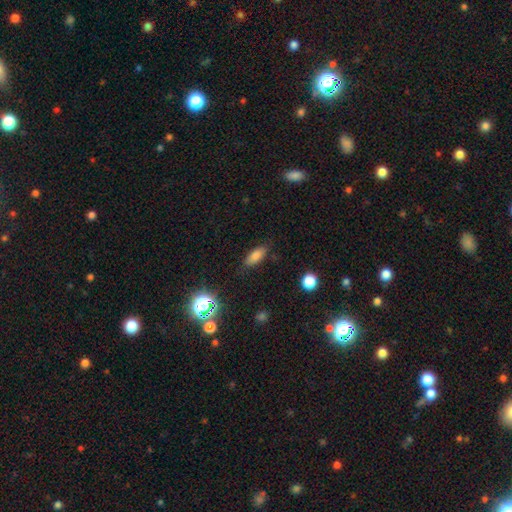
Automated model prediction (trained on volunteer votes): Smooth or featured?
  - smooth: 79% *
  - star or artifact: 12%
  - featured or disk: 9%
How rounded?
  - in between: 79% *
  - cigar-shaped: 17%
  - round: 4%
Merging?
  - none: 82% *
  - minor disturbance: 13%
  - major disturbance: 3%
  - merger: 2%